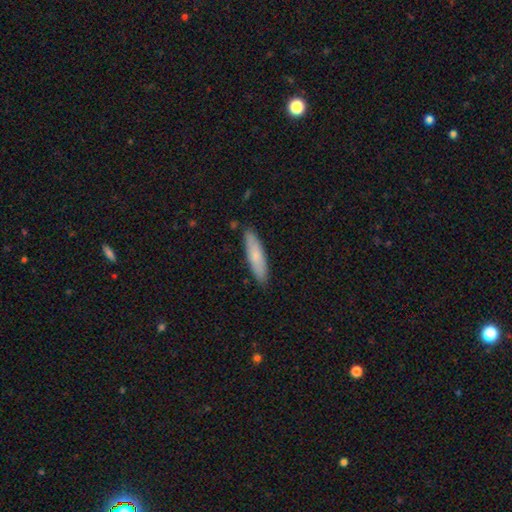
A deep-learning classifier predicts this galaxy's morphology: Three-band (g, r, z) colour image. It shows a smooth galaxy with no disk features (75%) that is cigar-shaped (77%). Merging: none (87%).